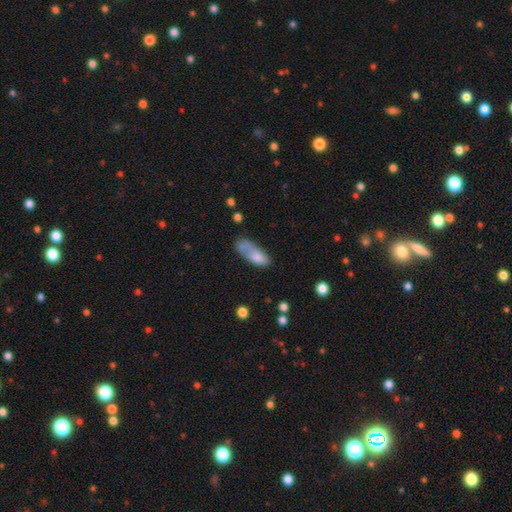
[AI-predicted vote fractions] Smooth or featured: smooth — 74% (featured or disk — 17%)
How rounded: in between — 75% (cigar-shaped — 21%)
Merging: none — 28% (merger — 27%)